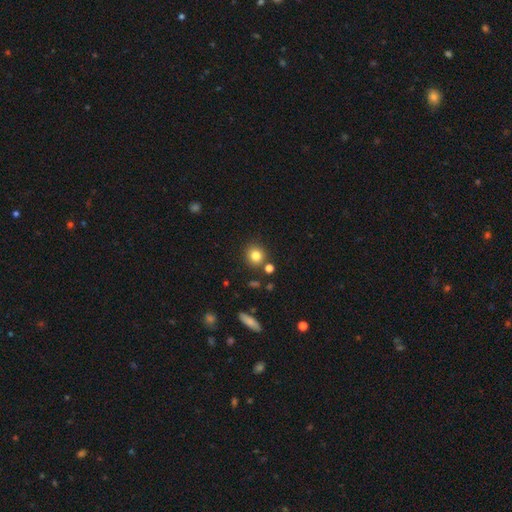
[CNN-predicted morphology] Smooth or featured?
  - smooth: 81% *
  - star or artifact: 12%
  - featured or disk: 7%
How rounded?
  - round: 88% *
  - in between: 11%
  - cigar-shaped: 1%
Merging?
  - none: 82% *
  - minor disturbance: 8%
  - merger: 7%
  - major disturbance: 3%